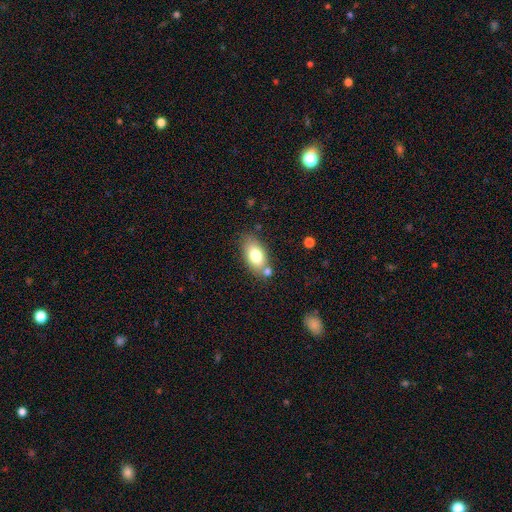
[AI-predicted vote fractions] A smooth galaxy with no disk features (77%) that is in between round and cigar-shaped (90%). Merging: none (68%).